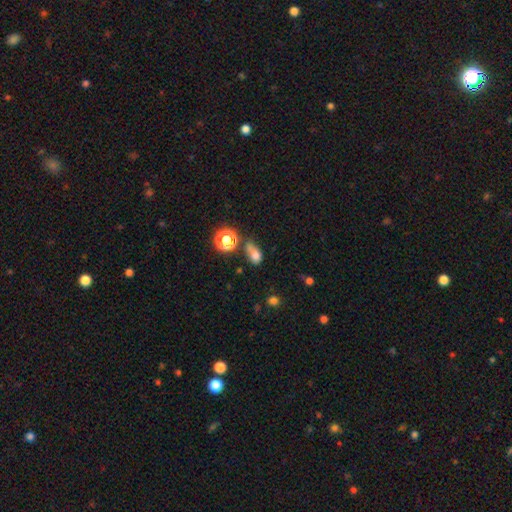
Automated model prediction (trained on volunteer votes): This is likely a smooth galaxy (74%). How rounded: likely in between (69%). Merging: marginally none (36%).